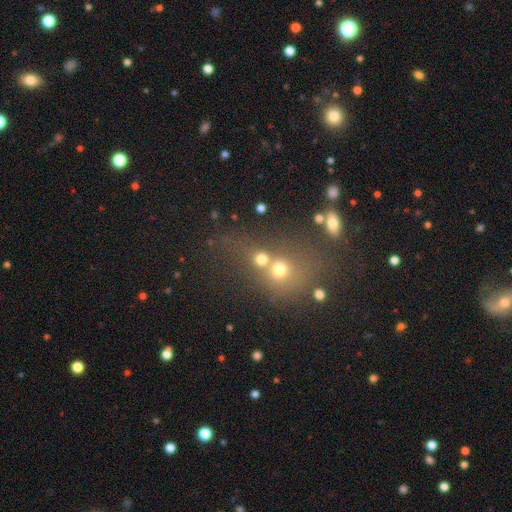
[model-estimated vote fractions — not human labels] Smooth or featured?
  - smooth: 44% *
  - star or artifact: 41%
  - featured or disk: 14%
Merging?
  - merger: 42% *
  - none: 40%
  - minor disturbance: 10%
  - major disturbance: 8%